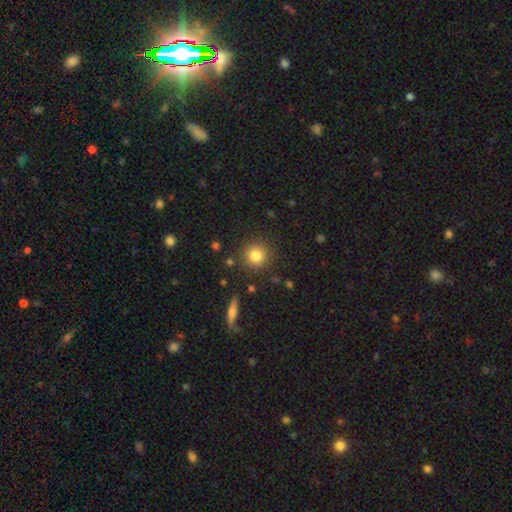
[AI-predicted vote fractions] smooth_or_featured: smooth (p=0.81) [alt: star or artifact p=0.11]
how_rounded: round (p=0.92) [alt: in between p=0.07]
merging: none (p=0.86) [alt: minor disturbance p=0.08]